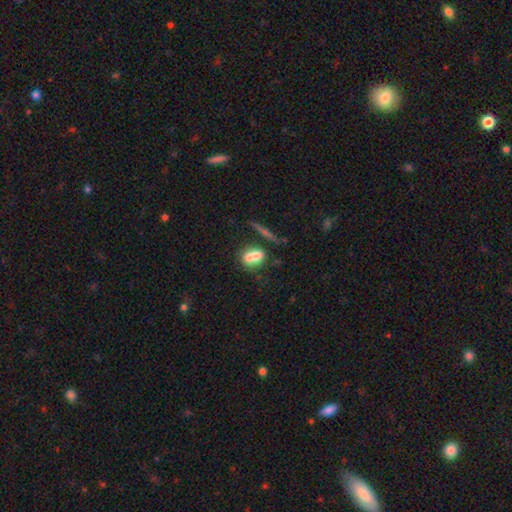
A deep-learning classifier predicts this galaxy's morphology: Smooth or featured? smooth (66%)
How rounded? in between (59%)
Merging? merger (50%)